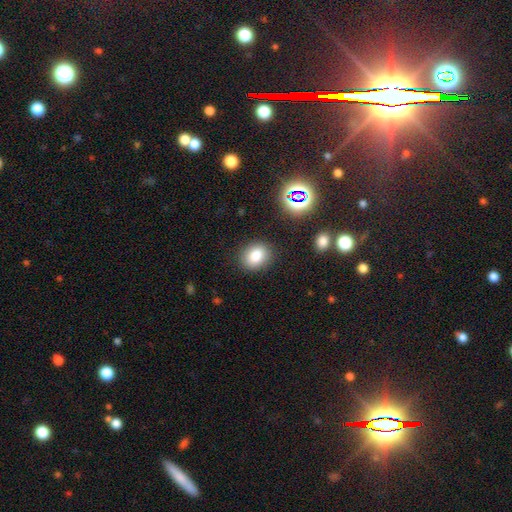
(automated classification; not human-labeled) Smooth or featured?
  - smooth: 81% *
  - star or artifact: 12%
  - featured or disk: 7%
How rounded?
  - round: 56% *
  - in between: 43%
  - cigar-shaped: 1%
Merging?
  - none: 87% *
  - minor disturbance: 9%
  - major disturbance: 3%
  - merger: 2%